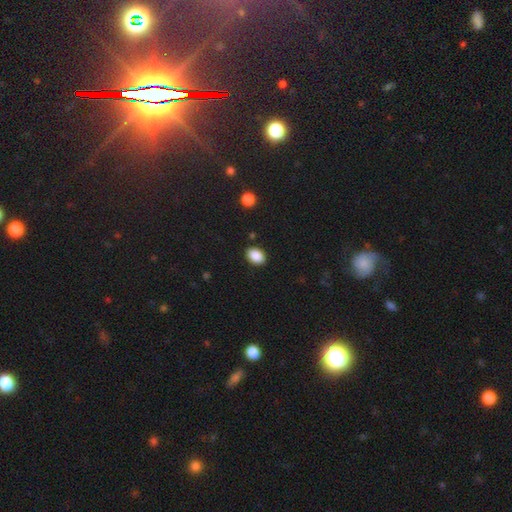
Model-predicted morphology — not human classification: smooth-or-featured: smooth: 88% | star or artifact: 8% | featured or disk: 4%
  how-rounded: in between: 80% | round: 19% | cigar-shaped: 1%
  merging: none: 88% | minor disturbance: 8% | major disturbance: 2% | merger: 2%